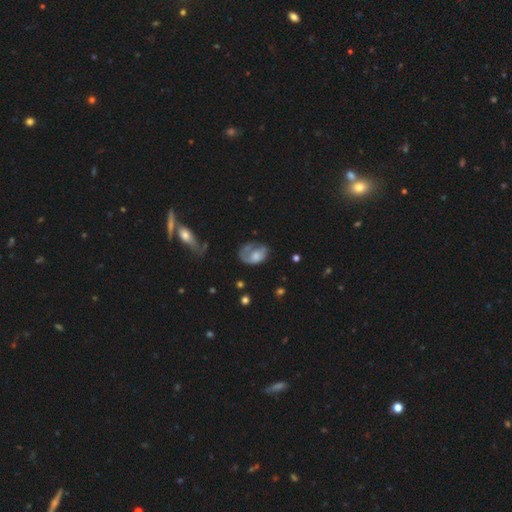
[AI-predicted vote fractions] smooth 49%, featured or disk 42%, star or artifact 8%. Down the decision tree: merging — major disturbance (36%).